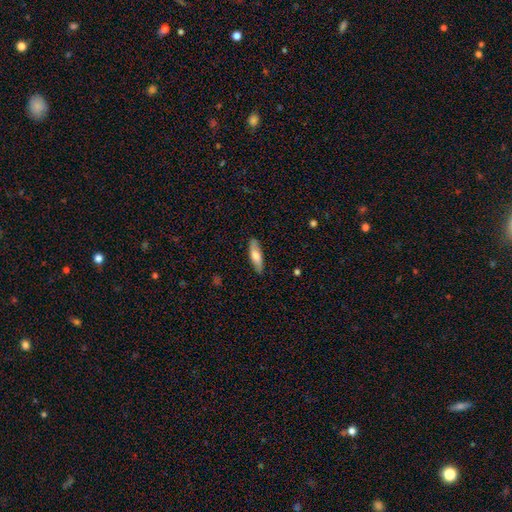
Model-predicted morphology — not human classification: smooth 65%, featured or disk 29%, star or artifact 6%. Down the decision tree: how rounded — in between (49%, tied with cigar-shaped); merging — none (86%).